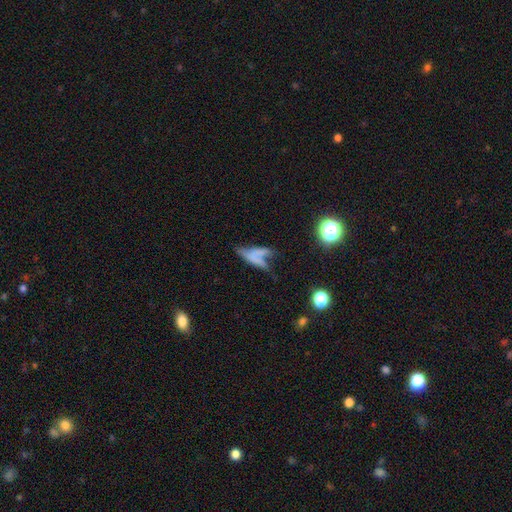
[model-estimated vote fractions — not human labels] Morphology: type=smooth (51%); roundness=in between (50%); merging=major disturbance (31%).